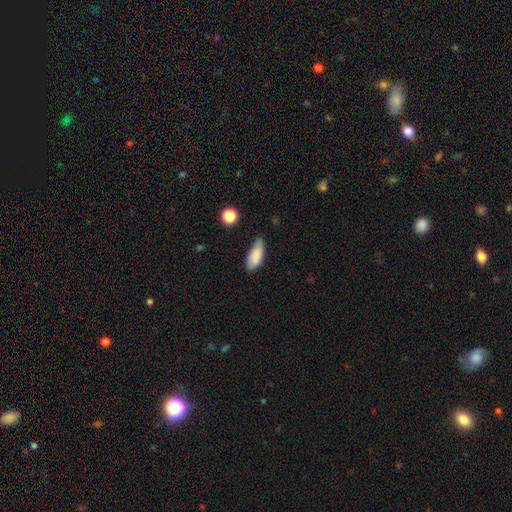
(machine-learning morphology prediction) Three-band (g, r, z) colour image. It shows a smooth galaxy with no disk features (84%) that is in between round and cigar-shaped (81%). Merging: none (52%).